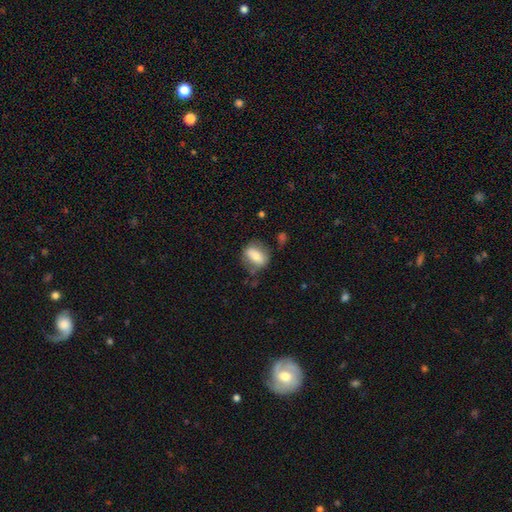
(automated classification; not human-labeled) Smooth or featured: smooth — 66% (featured or disk — 26%)
How rounded: in between — 70% (round — 26%)
Merging: none — 63% (minor disturbance — 22%)